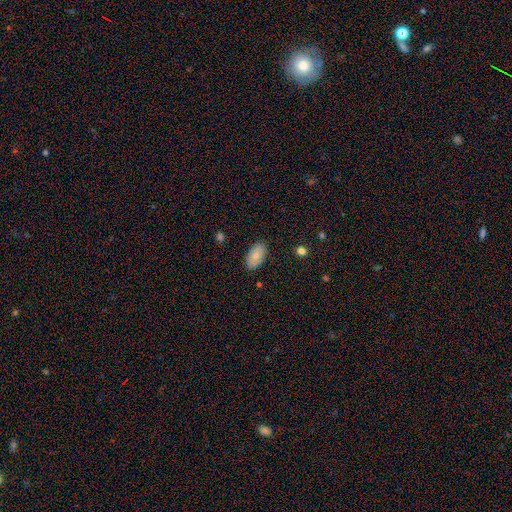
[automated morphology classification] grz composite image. It shows a smooth galaxy with no disk features (75%) that is in between round and cigar-shaped (94%). Merging: none (86%).